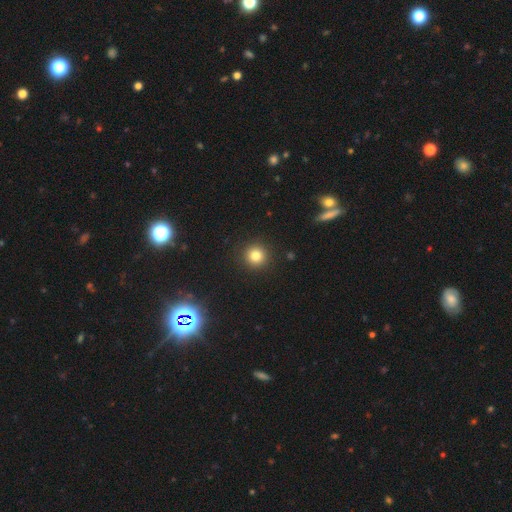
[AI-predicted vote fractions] A smooth galaxy with no disk features (80%) that is round (94%).

Vote fractions:
- Smooth or featured? smooth: 80% / star or artifact: 13% / featured or disk: 6%
- How rounded? round: 94% / in between: 5% / cigar-shaped: 1%
- Merging? none: 91% / minor disturbance: 5% / major disturbance: 2% / merger: 1%